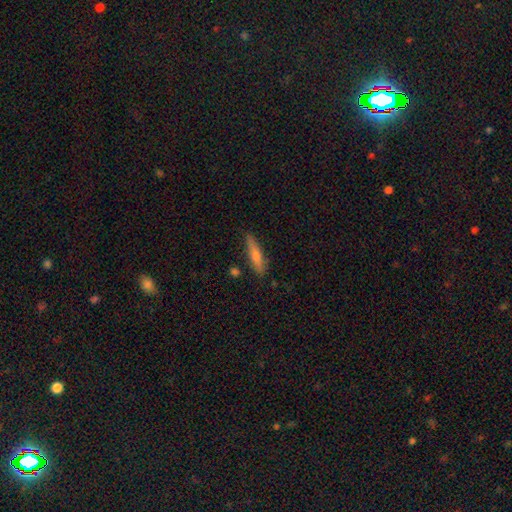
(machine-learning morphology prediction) Smooth or featured? Predicted: smooth (p=0.53). How rounded? Predicted: cigar-shaped (p=0.84). Merging? Predicted: none (p=0.83).